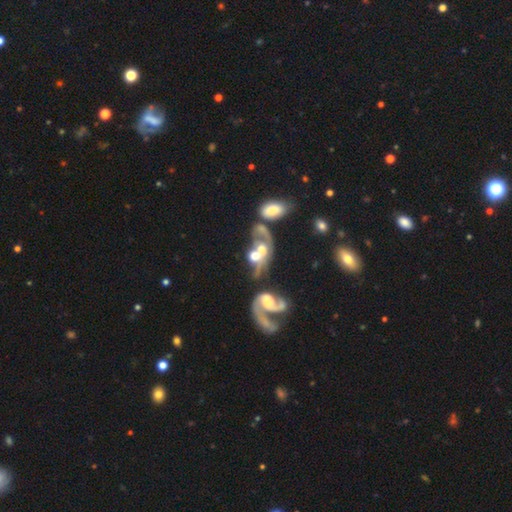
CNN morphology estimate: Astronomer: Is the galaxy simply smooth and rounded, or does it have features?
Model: featured or disk — 59%.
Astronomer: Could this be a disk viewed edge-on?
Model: no — 95%.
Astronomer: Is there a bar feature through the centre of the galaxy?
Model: no — 71%.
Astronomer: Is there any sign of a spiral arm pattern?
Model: yes — 61% (runner-up: no, 39%).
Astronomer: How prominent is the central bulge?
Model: moderate — 43% (runner-up: large, 24%).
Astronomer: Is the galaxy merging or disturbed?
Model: merger — 64%.